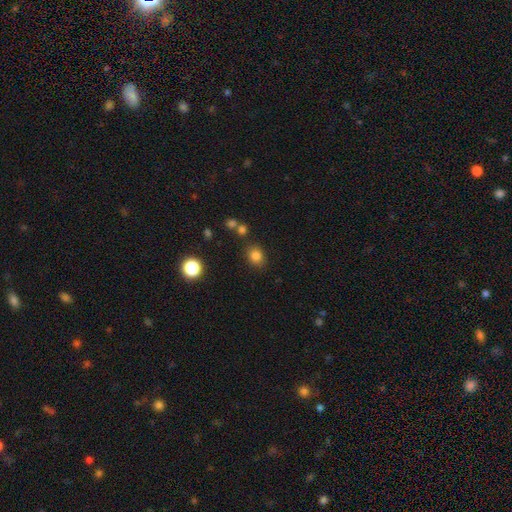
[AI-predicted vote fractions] Overall: smooth (81%). How rounded: round (67%; in between 32%). Merging: none (81%).